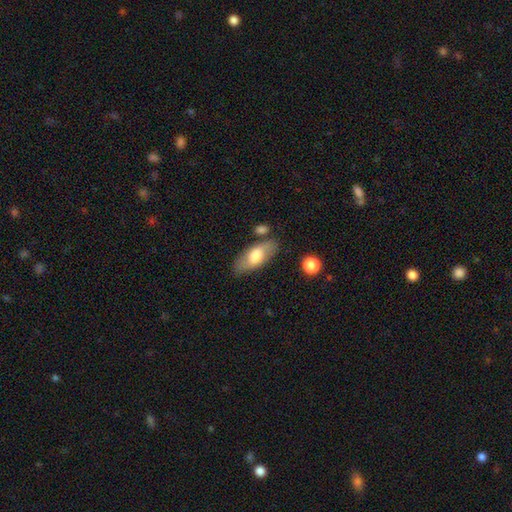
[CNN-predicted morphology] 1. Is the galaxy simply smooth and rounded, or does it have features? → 66% smooth, 28% featured or disk, 6% star or artifact.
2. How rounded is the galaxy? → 82% in between, 15% cigar-shaped, 3% round.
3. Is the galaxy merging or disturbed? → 76% none, 14% minor disturbance, 7% merger, 4% major disturbance.